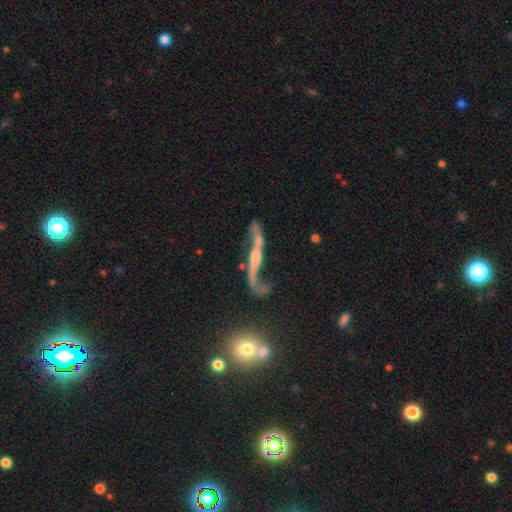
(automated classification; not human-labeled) This is likely a featured or disk galaxy (67%). It is possibly viewed edge-on (59%). Merging: possibly none (52%).